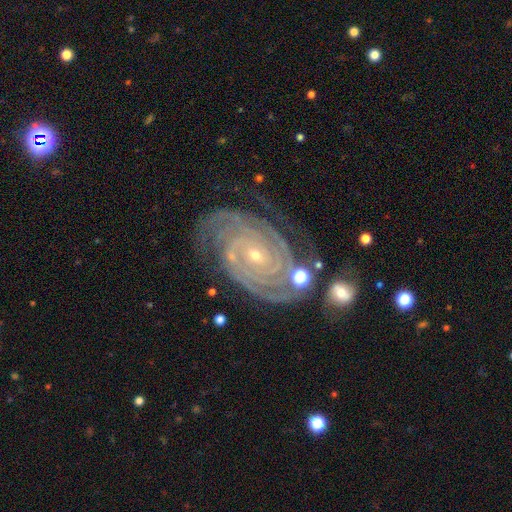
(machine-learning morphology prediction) A featured or disk galaxy (93%) with no bar (66%), 2 (24%) tight (87%) spiral arms (99%) and a small central bulge (79%).

Vote fractions:
- Smooth or featured? featured or disk: 93% / star or artifact: 5% / smooth: 3%
- Edge-on disk? no: 97% / yes: 3%
- Bar? no: 66% / weak: 23% / strong: 12%
- Spiral arms? yes: 99% / no: 1%
- Spiral winding? tight: 87% / medium: 12% / loose: 2%
- Spiral arm count? 2: 24% / 3: 23% / 4: 22% / can't tell: 14% / more than 4: 10% / 1: 7%
- Bulge size? small: 79% / moderate: 18% / none: 1% / large: 1% / dominant: 1%
- Merging? none: 68% / minor disturbance: 19% / major disturbance: 8% / merger: 6%